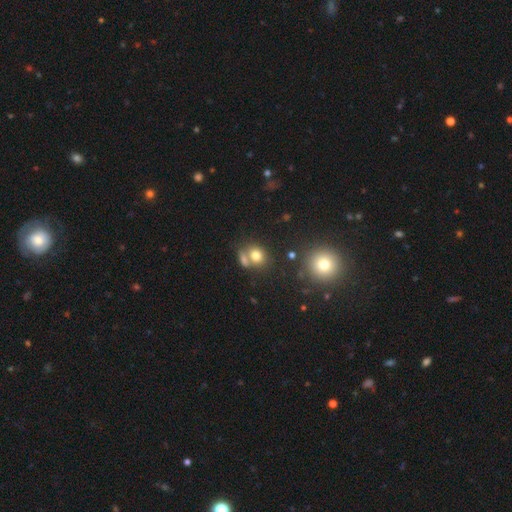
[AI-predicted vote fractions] The model was most divided on "merging": none: 49%, merger: 35%, minor disturbance: 11%, major disturbance: 5%. More confident: smooth or featured — smooth (75%); how rounded — round (65%).